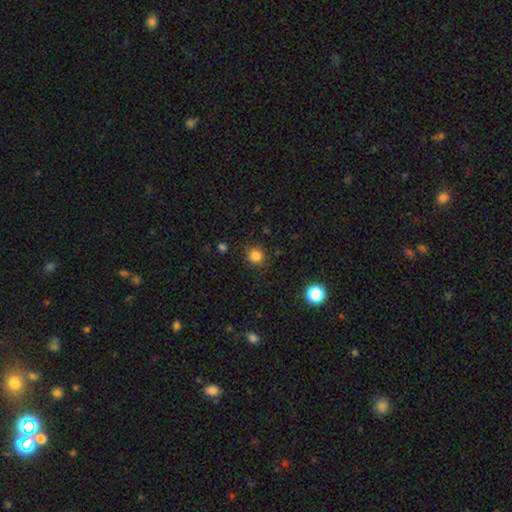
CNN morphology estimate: smooth_or_featured: smooth (p=0.83) [alt: star or artifact p=0.13]
how_rounded: round (p=0.87) [alt: in between p=0.12]
merging: none (p=0.86) [alt: minor disturbance p=0.09]